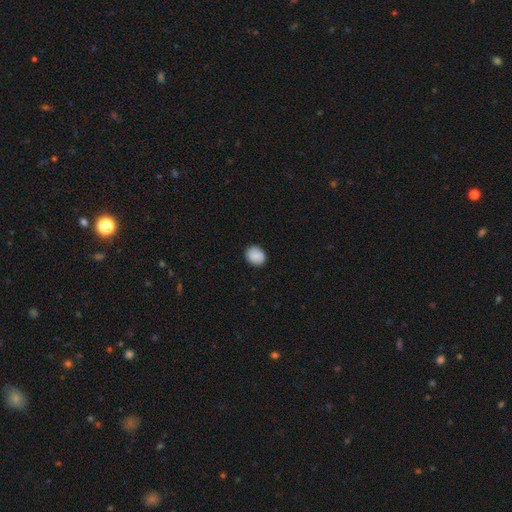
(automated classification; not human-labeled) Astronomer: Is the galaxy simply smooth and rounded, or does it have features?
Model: smooth — 85%.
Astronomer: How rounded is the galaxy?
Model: round — 67%.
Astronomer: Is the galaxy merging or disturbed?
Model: none — 87%.